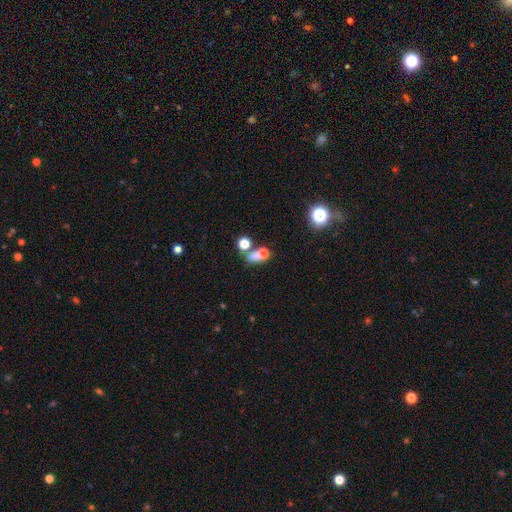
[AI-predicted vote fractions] smooth 64%, star or artifact 19%, featured or disk 17%. Down the decision tree: how rounded — in between (52%); merging — merger (49%).